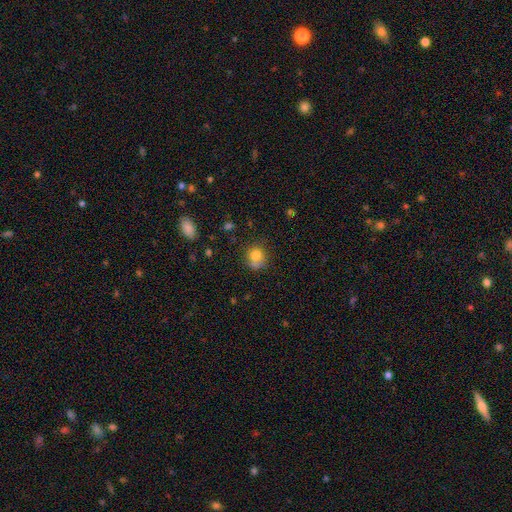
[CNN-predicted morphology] Smooth or featured? smooth (77%)
How rounded? round (73%)
Merging? none (50%)